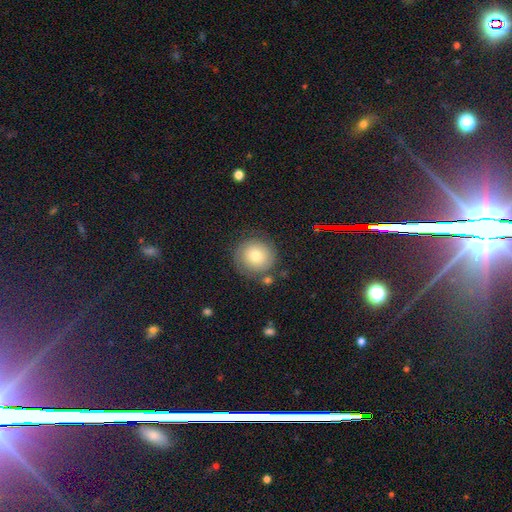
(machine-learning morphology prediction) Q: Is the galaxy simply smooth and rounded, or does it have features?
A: smooth — 60%.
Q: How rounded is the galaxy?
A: round — 93%.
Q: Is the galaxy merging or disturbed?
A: none — 80%.